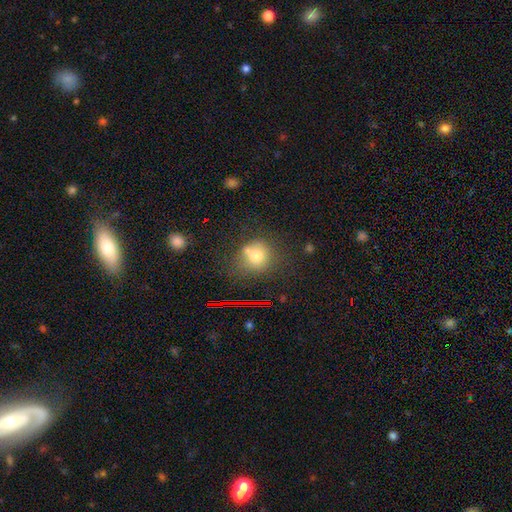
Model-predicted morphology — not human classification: Q: Smooth or featured?
A: smooth (70%); runner-up: star or artifact (17%)
Q: How rounded?
A: round (82%); runner-up: in between (17%)
Q: Merging?
A: none (58%); runner-up: minor disturbance (18%)